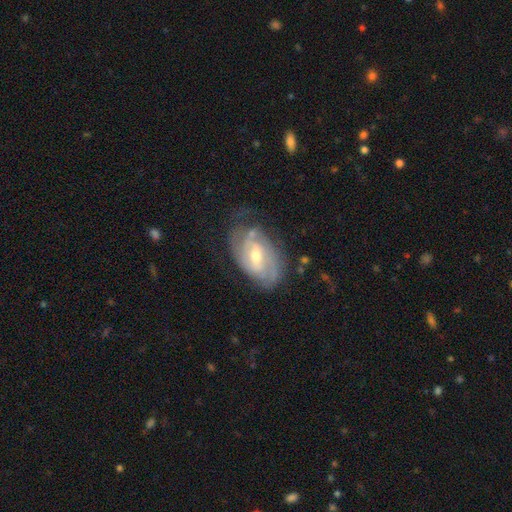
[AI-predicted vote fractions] Smooth or featured?
  - featured or disk: 80% *
  - smooth: 14%
  - star or artifact: 6%
Edge-on disk?
  - no: 95% *
  - yes: 5%
Bar?
  - weak: 53% *
  - no: 28%
  - strong: 19%
Spiral arms?
  - yes: 88% *
  - no: 12%
Spiral winding?
  - tight: 54% *
  - medium: 34%
  - loose: 11%
Spiral arm count?
  - 2: 44% *
  - can't tell: 34%
  - 3: 12%
  - 1: 4%
  - 4: 3%
  - more than 4: 3%
Bulge size?
  - moderate: 59% *
  - small: 36%
  - large: 3%
  - none: 1%
  - dominant: 1%
Merging?
  - none: 61% *
  - minor disturbance: 25%
  - major disturbance: 11%
  - merger: 3%